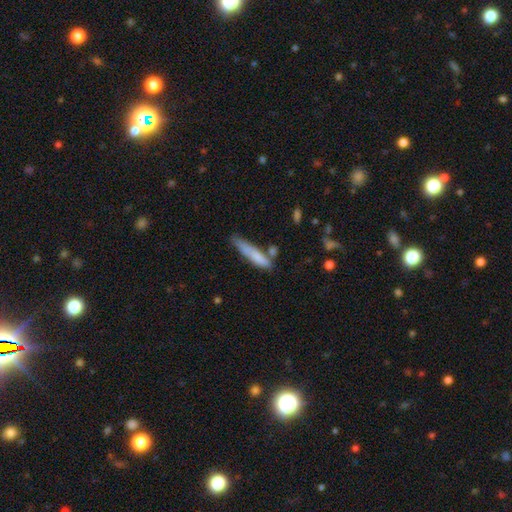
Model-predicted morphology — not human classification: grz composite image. It shows a smooth galaxy with no disk features (75%) that is cigar-shaped (87%). Merging: none (55%).